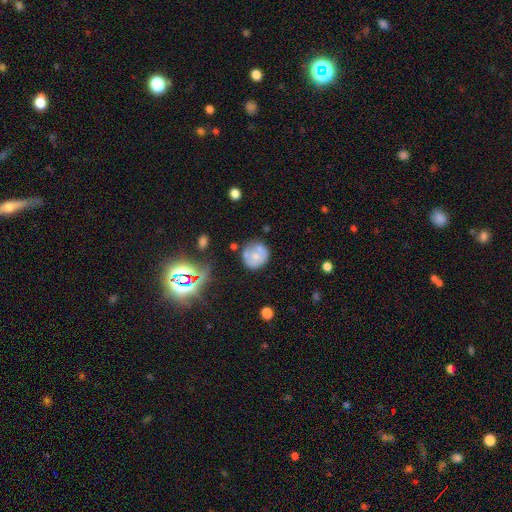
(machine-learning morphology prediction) Smooth or featured? smooth (55%)
How rounded? round (84%)
Merging? none (61%)